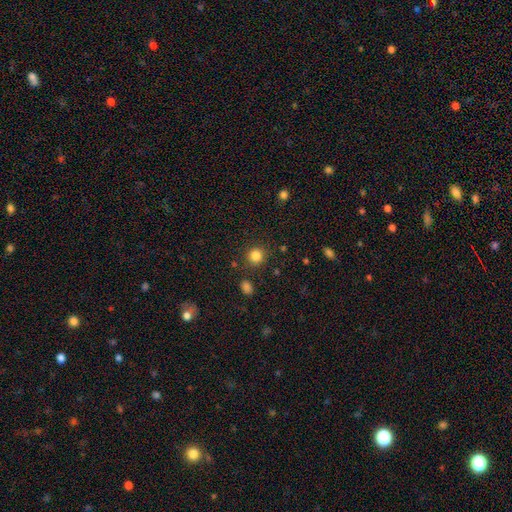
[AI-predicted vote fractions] This appears to be a smooth galaxy with no disk features (84%) that is round (86%). Merging: none (84%).